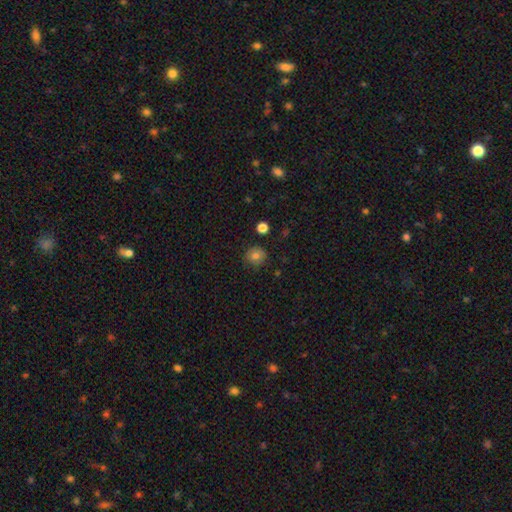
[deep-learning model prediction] smooth-or-featured: smooth: 79% | star or artifact: 11% | featured or disk: 10%
  how-rounded: round: 89% | in between: 10% | cigar-shaped: 1%
  merging: none: 85% | minor disturbance: 11% | major disturbance: 2% | merger: 2%